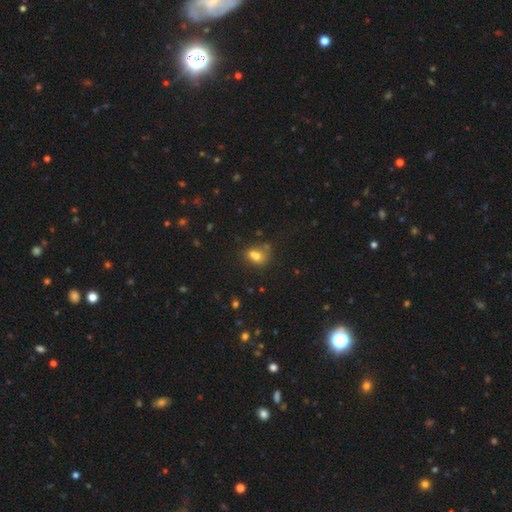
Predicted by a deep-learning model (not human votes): smooth-or-featured: smooth: 69% | featured or disk: 16% | star or artifact: 15%
  how-rounded: in between: 57% | round: 41% | cigar-shaped: 2%
  merging: merger: 42% | none: 35% | minor disturbance: 15% | major disturbance: 8%